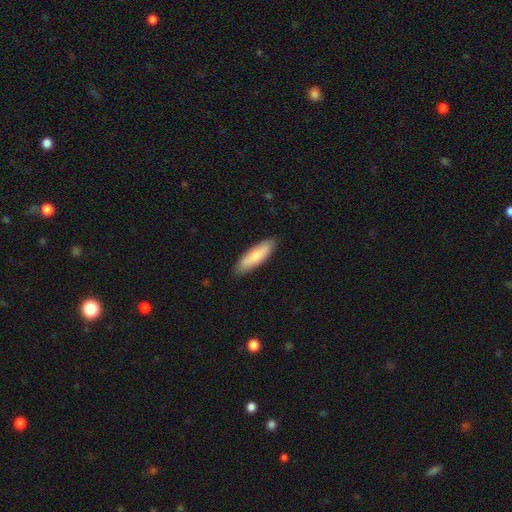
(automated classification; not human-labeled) Q: Smooth or featured?
A: smooth (75%); runner-up: featured or disk (20%)
Q: How rounded?
A: cigar-shaped (52%); runner-up: in between (47%)
Q: Merging?
A: none (86%); runner-up: minor disturbance (11%)